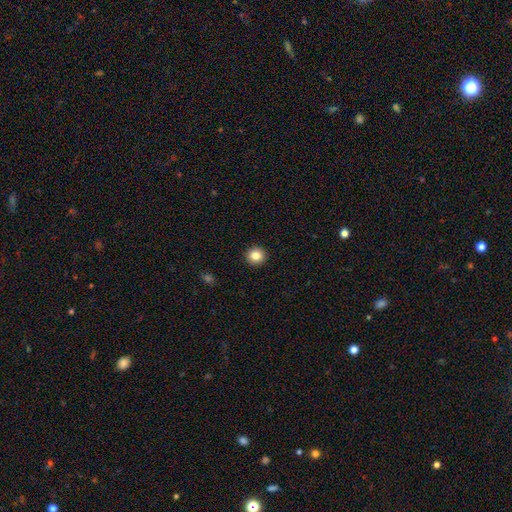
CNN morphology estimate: Smooth or featured?
  - smooth: 84% *
  - star or artifact: 10%
  - featured or disk: 6%
How rounded?
  - round: 94% *
  - in between: 5%
  - cigar-shaped: 1%
Merging?
  - none: 93% *
  - minor disturbance: 4%
  - major disturbance: 1%
  - merger: 1%